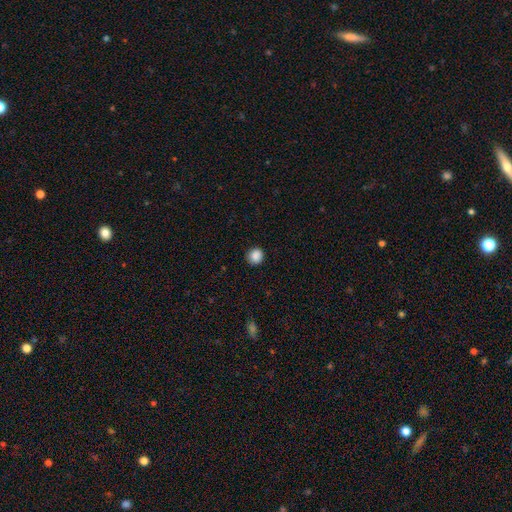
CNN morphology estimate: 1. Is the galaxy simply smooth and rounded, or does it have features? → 88% smooth, 9% star or artifact, 3% featured or disk.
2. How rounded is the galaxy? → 89% round, 10% in between, 1% cigar-shaped.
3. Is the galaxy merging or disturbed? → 89% none, 8% minor disturbance, 2% major disturbance, 1% merger.